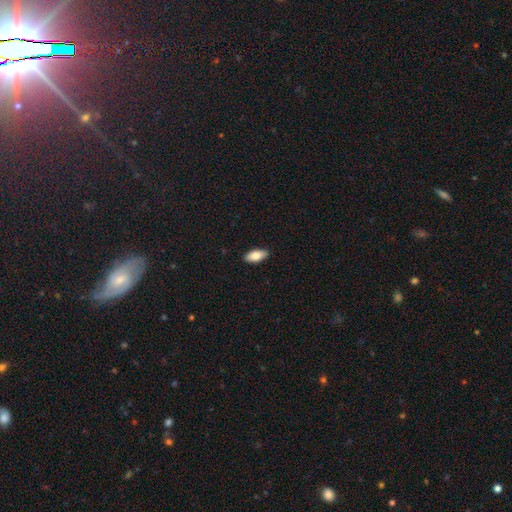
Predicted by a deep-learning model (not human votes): Overall: smooth (82%). How rounded: in between (88%). Merging: none (90%).